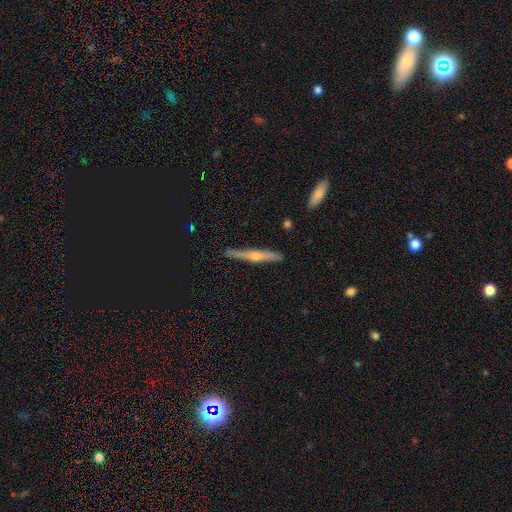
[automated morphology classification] type=featured or disk (65%); edge-on=yes (94%); edge-on bulge=rounded (86%); merging=none (85%).